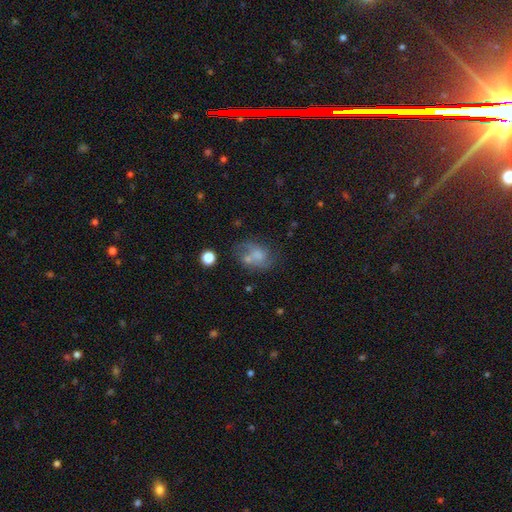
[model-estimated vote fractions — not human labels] This is possibly a smooth galaxy (52%). How rounded: likely in between (67%). Merging: marginally none (36%).